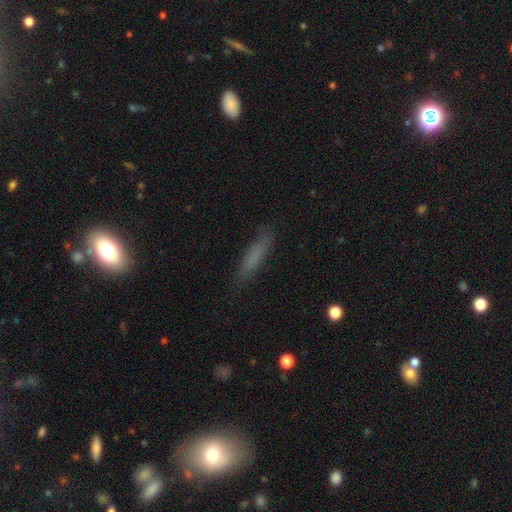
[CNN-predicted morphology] A smooth galaxy with no disk features (72%) that is cigar-shaped (79%).

Vote fractions:
- Smooth or featured? smooth: 72% / featured or disk: 17% / star or artifact: 11%
- How rounded? cigar-shaped: 79% / in between: 19% / round: 2%
- Merging? none: 82% / minor disturbance: 13% / major disturbance: 4% / merger: 1%